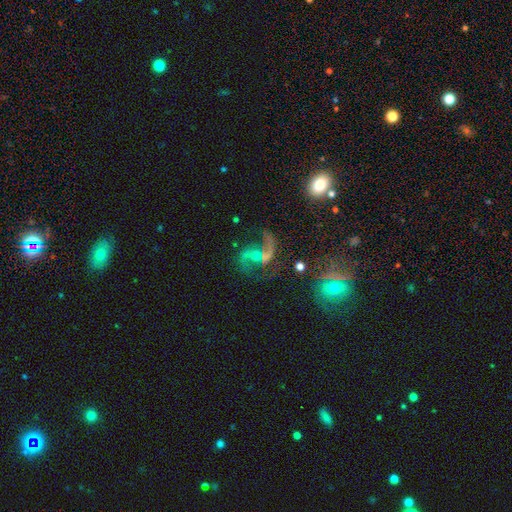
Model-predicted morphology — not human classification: Q: Smooth or featured?
A: featured or disk (79%); runner-up: star or artifact (12%)
Q: Edge-on disk?
A: no (98%); runner-up: yes (2%)
Q: Bar?
A: no (47%); runner-up: weak (40%)
Q: Spiral arms?
A: yes (89%); runner-up: no (11%)
Q: Spiral winding?
A: loose (78%); runner-up: medium (18%)
Q: Spiral arm count?
A: 2 (84%); runner-up: 1 (10%)
Q: Bulge size?
A: small (46%); runner-up: none (29%)
Q: Merging?
A: none (43%); runner-up: major disturbance (26%)